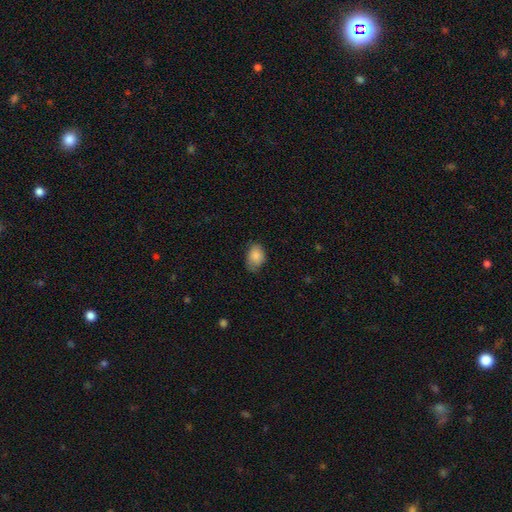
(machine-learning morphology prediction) smooth_or_featured: smooth (p=0.86) [alt: star or artifact p=0.08]
how_rounded: in between (p=0.78) [alt: round p=0.21]
merging: none (p=0.64) [alt: minor disturbance p=0.29]